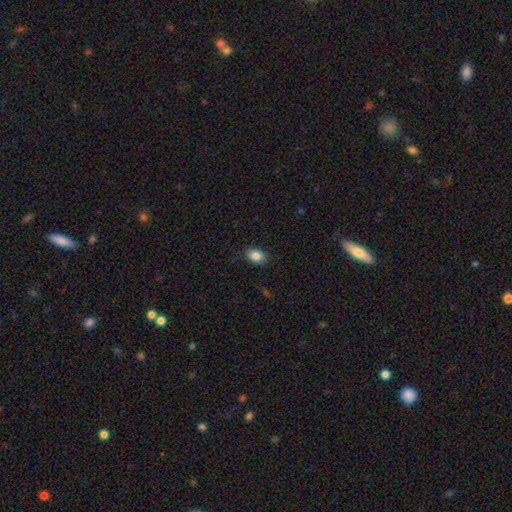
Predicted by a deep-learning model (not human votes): Morphology: type=smooth (85%); roundness=in between (76%); merging=none (86%).